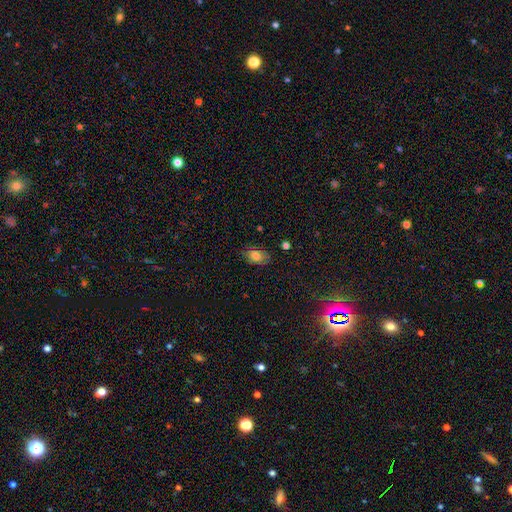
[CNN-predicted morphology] This is likely a smooth galaxy (76%). How rounded: clearly in between (87%). Merging: likely none (77%).